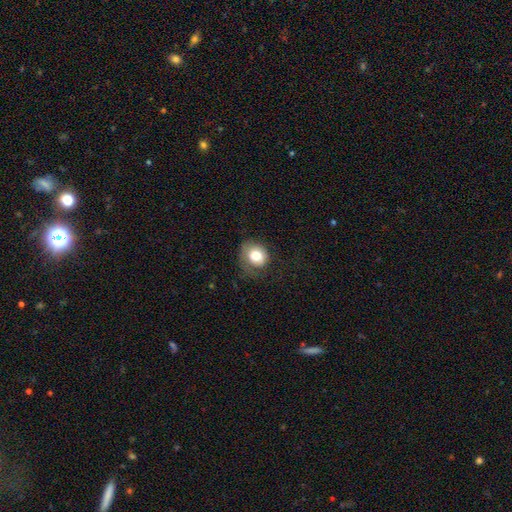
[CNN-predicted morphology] A smooth galaxy with no disk features (80%) that is round (67%). Merging: none (53%).